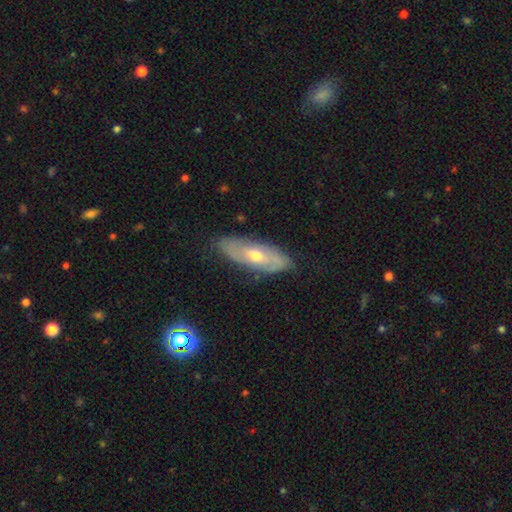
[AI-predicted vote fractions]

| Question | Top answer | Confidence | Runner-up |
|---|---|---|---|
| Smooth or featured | featured or disk | 55% | smooth (35%) |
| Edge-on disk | no | 63% | yes (37%) |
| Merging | none | 84% | minor disturbance (12%) |